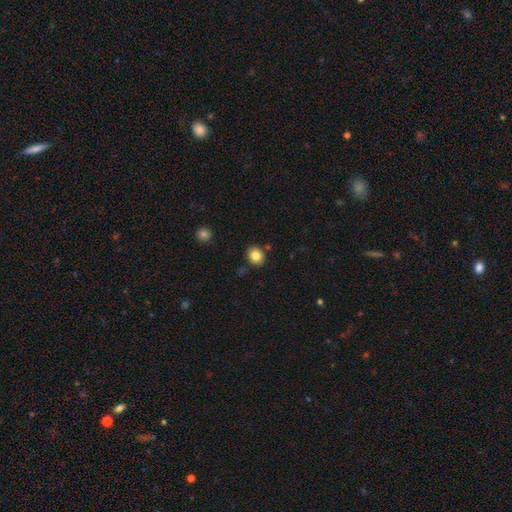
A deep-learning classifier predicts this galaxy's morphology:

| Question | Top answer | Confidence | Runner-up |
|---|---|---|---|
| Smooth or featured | smooth | 84% | star or artifact (10%) |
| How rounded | round | 71% | in between (28%) |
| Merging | none | 87% | minor disturbance (8%) |